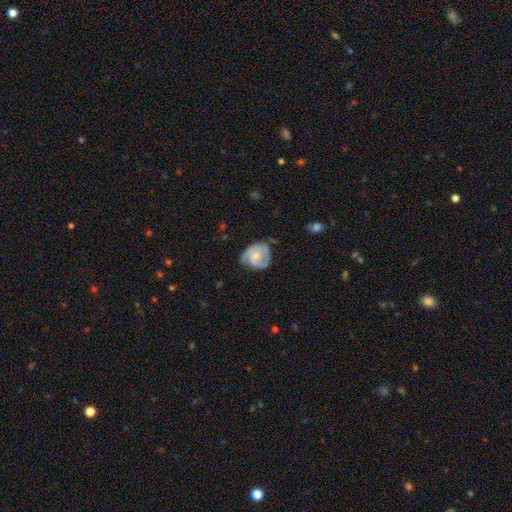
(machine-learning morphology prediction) type=featured or disk (58%); edge-on=no (97%); bar=no (76%); spiral arms=yes (78%); bulge=moderate (47%, tied with small); merging=none (49%).